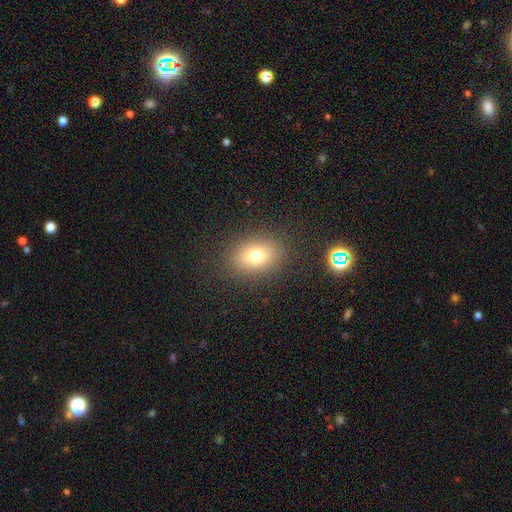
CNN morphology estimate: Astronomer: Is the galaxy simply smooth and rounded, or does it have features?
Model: smooth — 74%.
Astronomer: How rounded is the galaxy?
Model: in between — 62%.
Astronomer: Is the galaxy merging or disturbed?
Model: none — 85%.